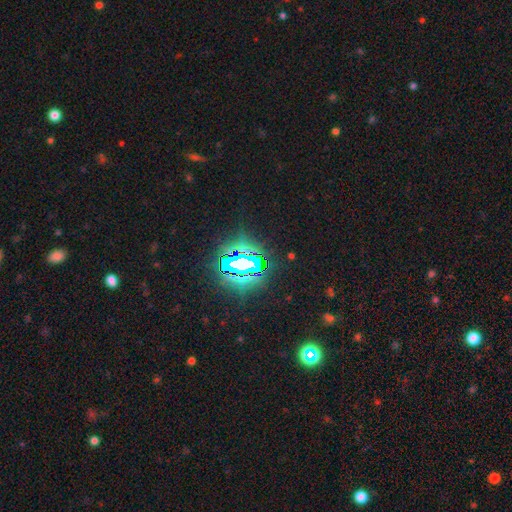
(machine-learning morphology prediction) This is clearly a star or artifact rather than a galaxy (82%).